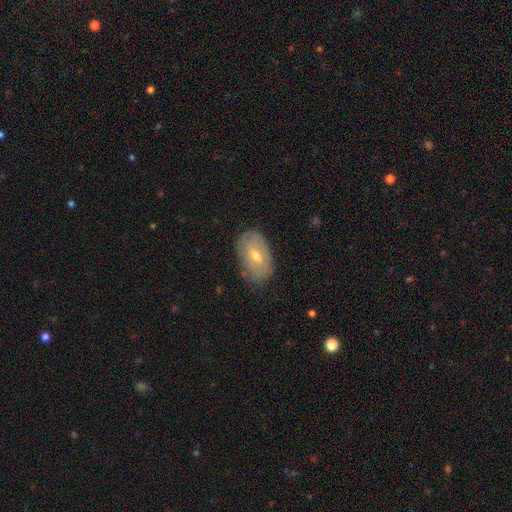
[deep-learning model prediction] Smooth or featured?
  - smooth: 53% *
  - featured or disk: 39%
  - star or artifact: 8%
How rounded?
  - in between: 90% *
  - round: 9%
  - cigar-shaped: 1%
Merging?
  - none: 79% *
  - minor disturbance: 17%
  - major disturbance: 4%
  - merger: 1%